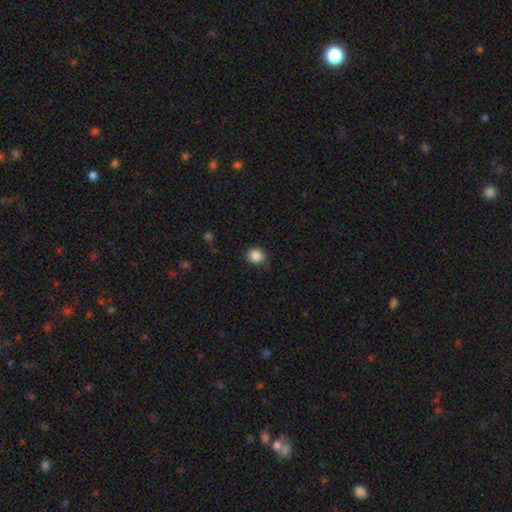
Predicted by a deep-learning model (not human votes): Smooth or featured?
  - smooth: 86% *
  - star or artifact: 10%
  - featured or disk: 4%
How rounded?
  - round: 74% *
  - in between: 25%
  - cigar-shaped: 1%
Merging?
  - none: 73% *
  - minor disturbance: 22%
  - major disturbance: 4%
  - merger: 1%